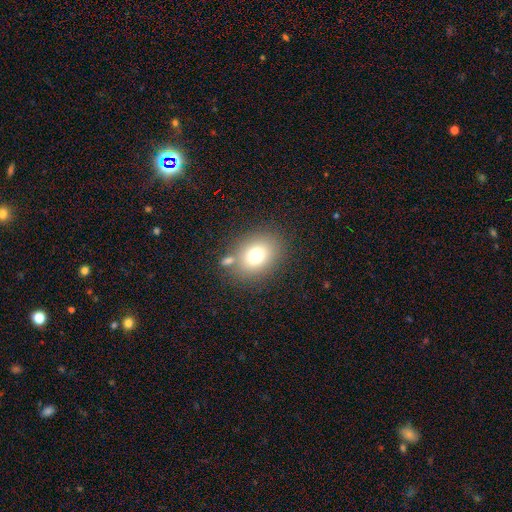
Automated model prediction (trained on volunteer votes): Smooth or featured? smooth (75%)
How rounded? in between (53%)
Merging? none (72%)